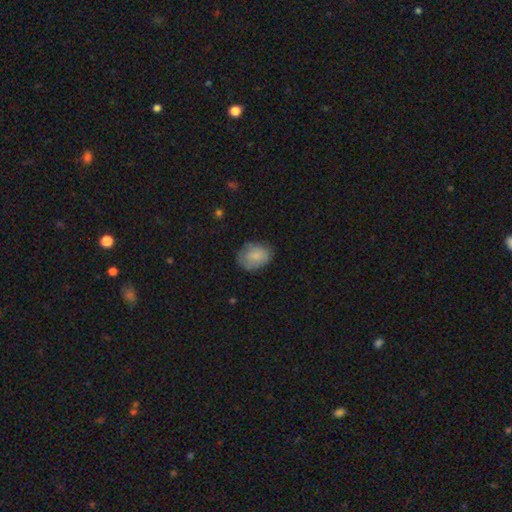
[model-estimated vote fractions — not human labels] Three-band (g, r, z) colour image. It shows a smooth galaxy with no disk features (82%) that is in between round and cigar-shaped (62%). Merging: none (71%).